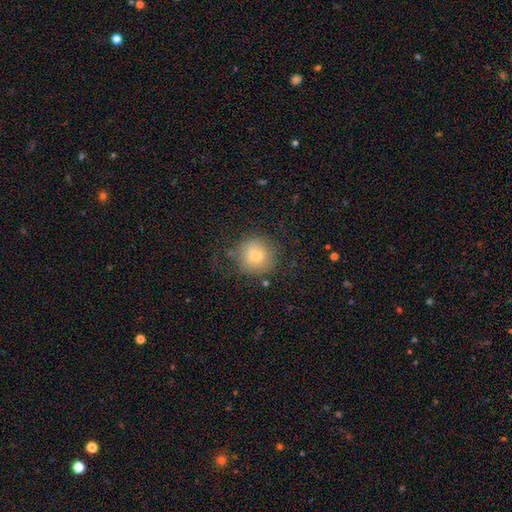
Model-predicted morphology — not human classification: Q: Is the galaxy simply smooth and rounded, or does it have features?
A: smooth — 73%.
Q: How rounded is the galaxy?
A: round — 93%.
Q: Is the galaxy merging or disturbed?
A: none — 75%.